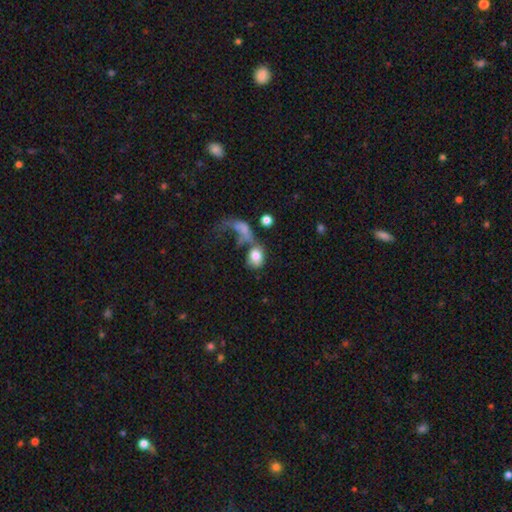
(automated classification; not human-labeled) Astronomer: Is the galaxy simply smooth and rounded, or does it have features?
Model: smooth — 73%.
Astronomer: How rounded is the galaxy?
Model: in between — 60% (runner-up: round, 38%).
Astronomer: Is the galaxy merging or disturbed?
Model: merger — 36% (runner-up: major disturbance, 32%).